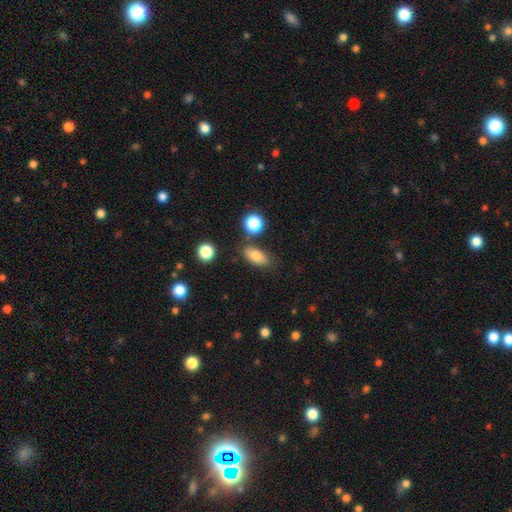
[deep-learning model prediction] smooth_or_featured: smooth (p=0.78) [alt: featured or disk p=0.11]
how_rounded: in between (p=0.85) [alt: round p=0.09]
merging: none (p=0.75) [alt: minor disturbance p=0.14]